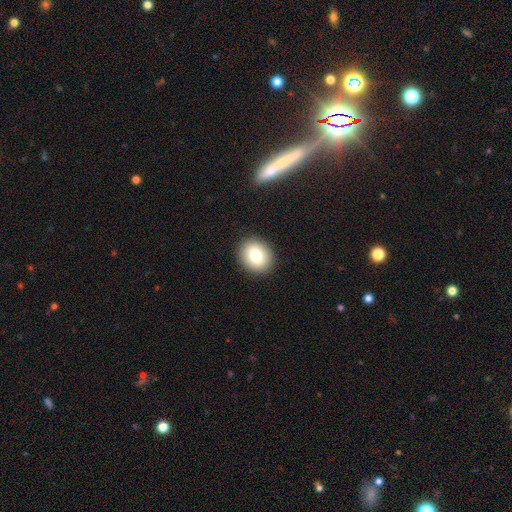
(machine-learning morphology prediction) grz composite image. It shows a smooth galaxy with no disk features (78%) that is round (61%). Merging: none (90%).